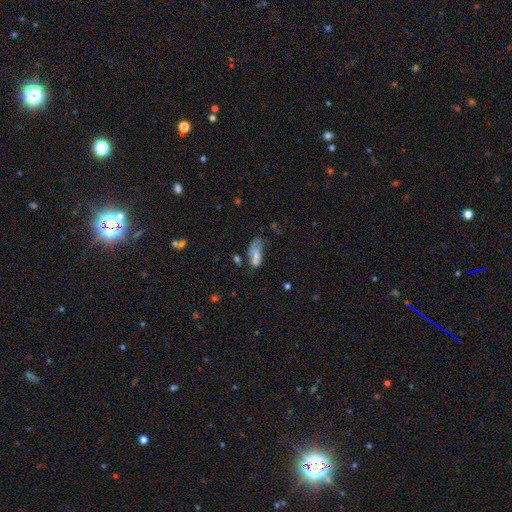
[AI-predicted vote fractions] This is likely a smooth galaxy (63%). How rounded: likely in between (79%). Merging: marginally major disturbance (29%).